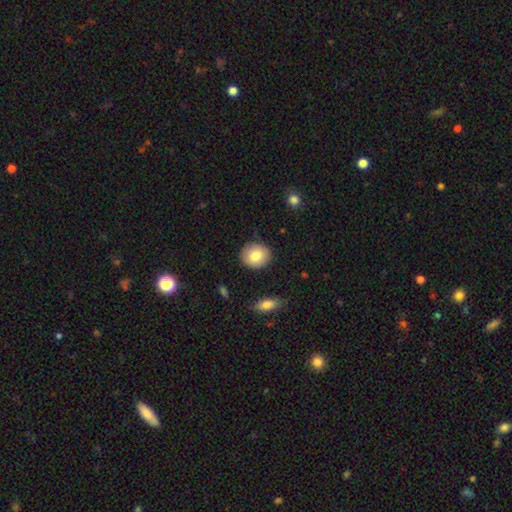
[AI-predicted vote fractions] Q: Smooth or featured?
A: smooth (81%); runner-up: featured or disk (11%)
Q: How rounded?
A: round (81%); runner-up: in between (18%)
Q: Merging?
A: none (89%); runner-up: minor disturbance (8%)